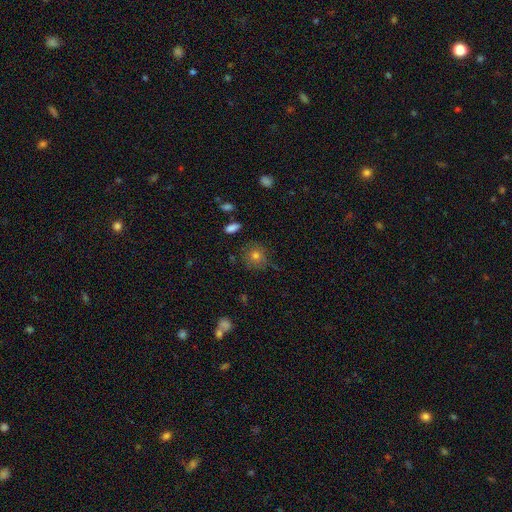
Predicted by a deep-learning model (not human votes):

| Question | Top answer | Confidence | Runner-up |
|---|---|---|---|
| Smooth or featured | smooth | 75% | star or artifact (13%) |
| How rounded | round | 88% | in between (11%) |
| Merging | none | 78% | minor disturbance (15%) |